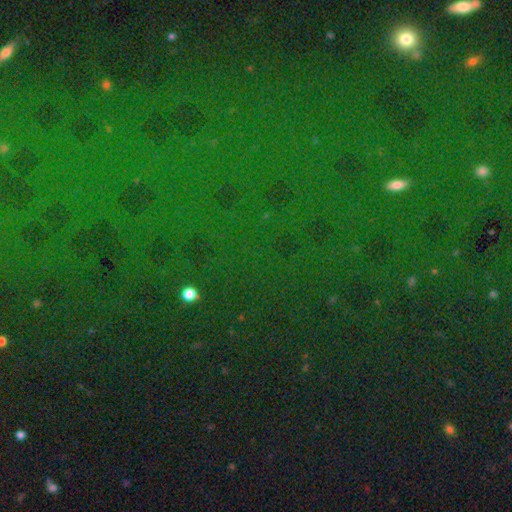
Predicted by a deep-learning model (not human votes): Q: Smooth or featured?
A: star or artifact (81%); runner-up: smooth (12%)